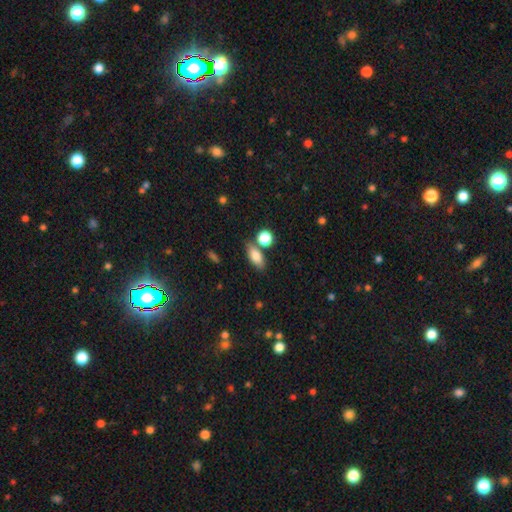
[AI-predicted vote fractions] Smooth or featured? smooth (79%)
How rounded? in between (77%)
Merging? none (67%)